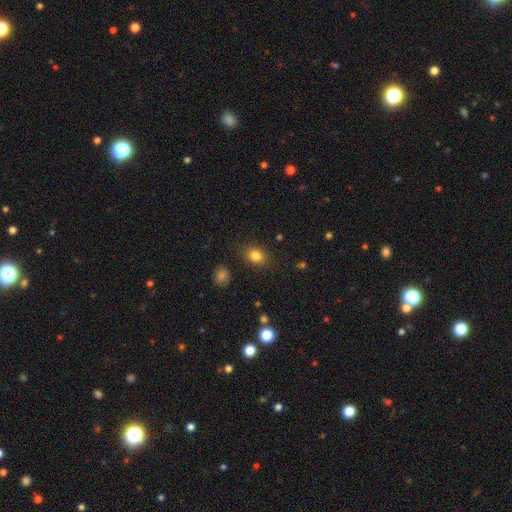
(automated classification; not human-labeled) Smooth or featured? smooth (82%)
How rounded? in between (62%)
Merging? none (83%)